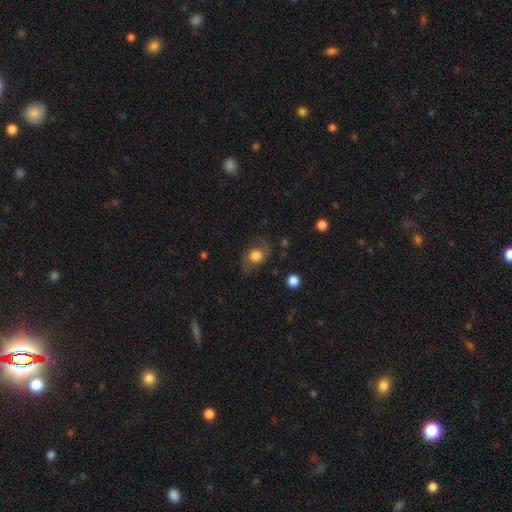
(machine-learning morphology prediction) This appears to be a smooth galaxy with no disk features (55%) that is round (55%). Merging: none (69%).